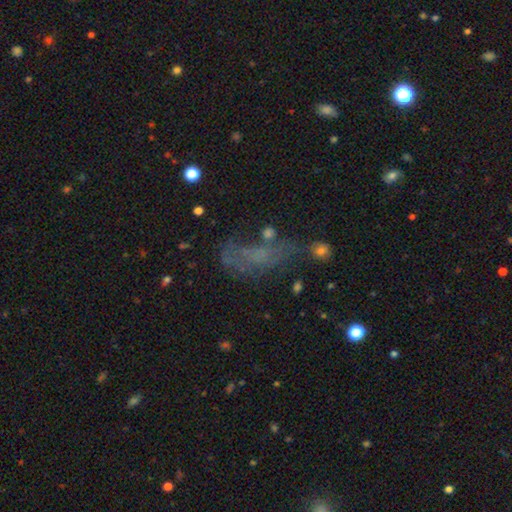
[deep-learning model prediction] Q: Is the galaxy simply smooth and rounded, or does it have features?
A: smooth — 39%.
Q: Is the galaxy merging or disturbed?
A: major disturbance — 36%.